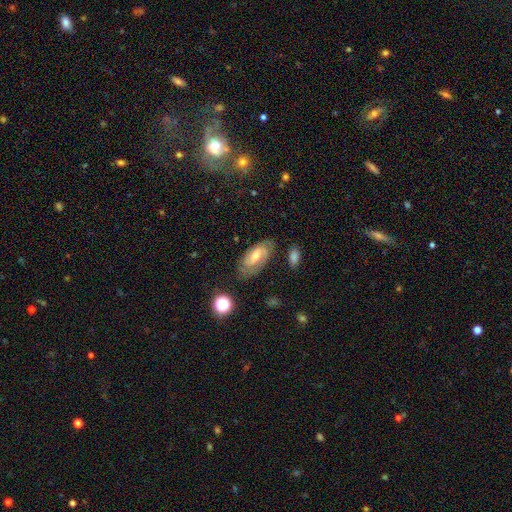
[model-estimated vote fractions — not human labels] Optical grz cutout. It shows a featured or disk galaxy (67%) with a weak bar (47%), 2 (65%) tight (50%) spiral arms (89%) and a moderate central bulge (54%). Merging: none (77%).